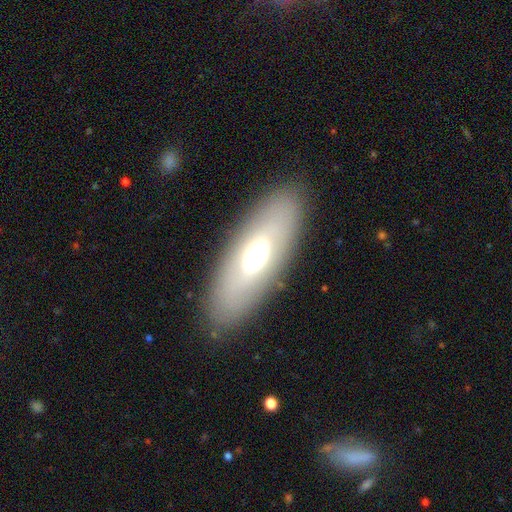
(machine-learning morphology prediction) A smooth galaxy with no disk features (56%) that is in between round and cigar-shaped (76%).

Vote fractions:
- Smooth or featured? smooth: 56% / featured or disk: 35% / star or artifact: 8%
- How rounded? in between: 76% / cigar-shaped: 21% / round: 4%
- Merging? none: 86% / minor disturbance: 9% / major disturbance: 4% / merger: 1%